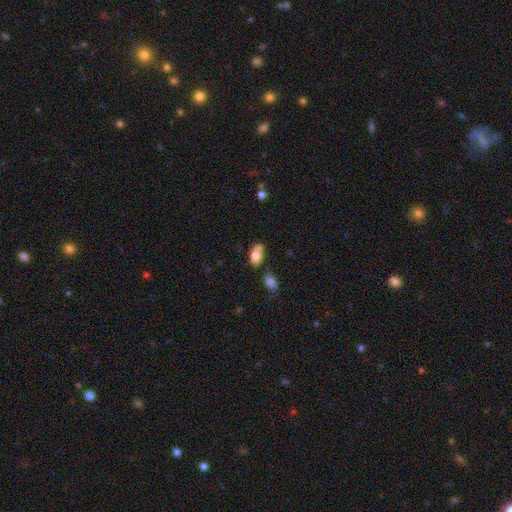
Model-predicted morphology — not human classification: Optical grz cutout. It shows a smooth galaxy with no disk features (76%) that is in between round and cigar-shaped (82%). Merging: none (37%).